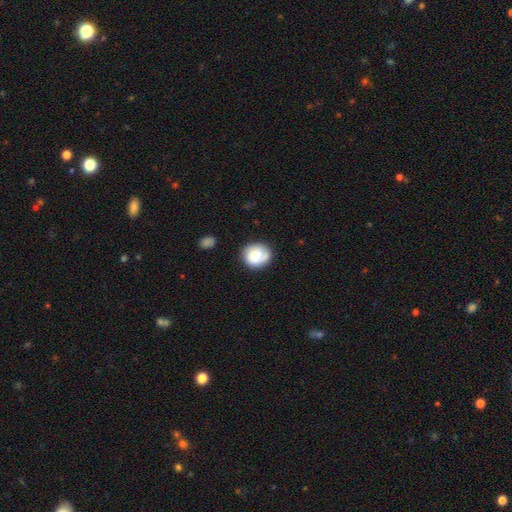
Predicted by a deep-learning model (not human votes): This appears to be a smooth galaxy with no disk features (61%) that is round (76%). Merging: none (75%).